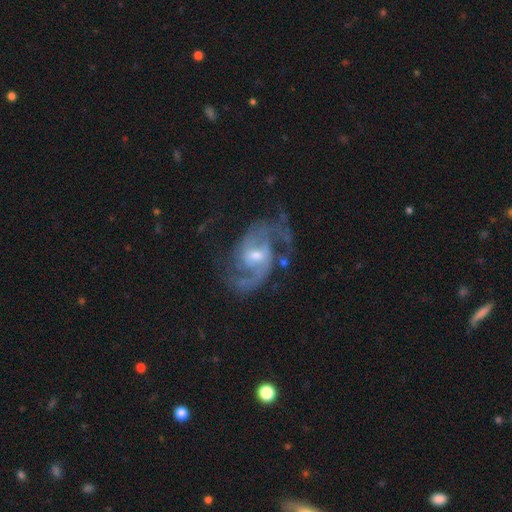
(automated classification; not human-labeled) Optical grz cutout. It shows a featured or disk galaxy (91%) with a weak bar (51%), 2 (85%) medium (57%) spiral arms (97%) and a moderate central bulge (55%). Merging: none (66%).